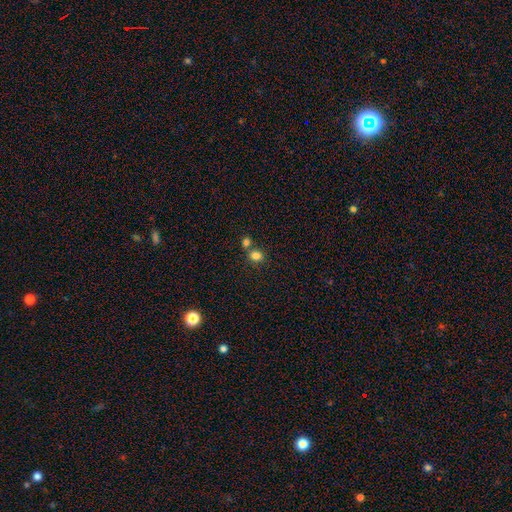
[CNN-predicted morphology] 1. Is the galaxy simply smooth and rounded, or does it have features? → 82% smooth, 12% star or artifact, 6% featured or disk.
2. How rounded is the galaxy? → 62% round, 37% in between, 1% cigar-shaped.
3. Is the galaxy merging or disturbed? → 60% none, 28% merger, 9% minor disturbance, 3% major disturbance.